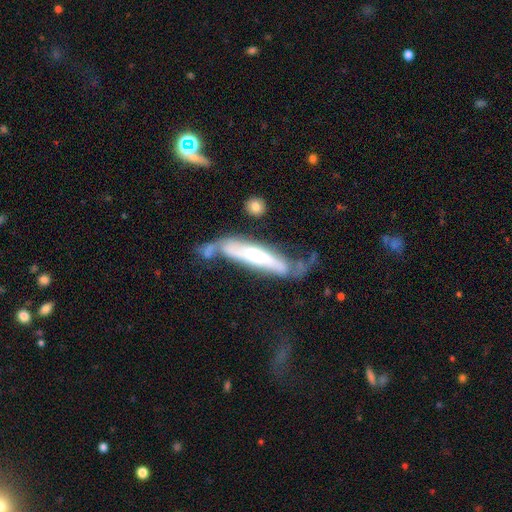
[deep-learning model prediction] Smooth or featured? featured or disk (58%)
Edge-on disk? yes (56%)
Merging? none (30%)